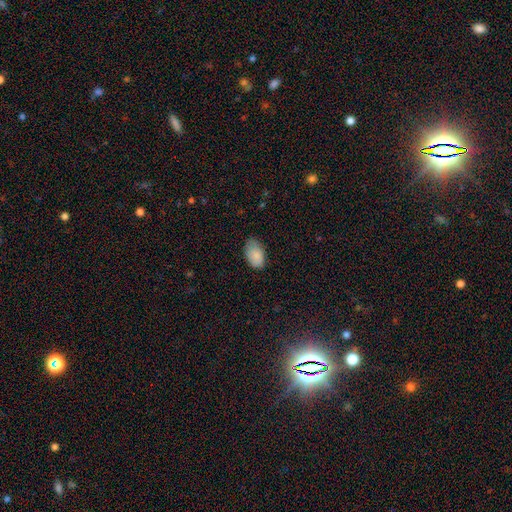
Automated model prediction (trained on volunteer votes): Smooth or featured? smooth (86%)
How rounded? in between (93%)
Merging? none (71%)